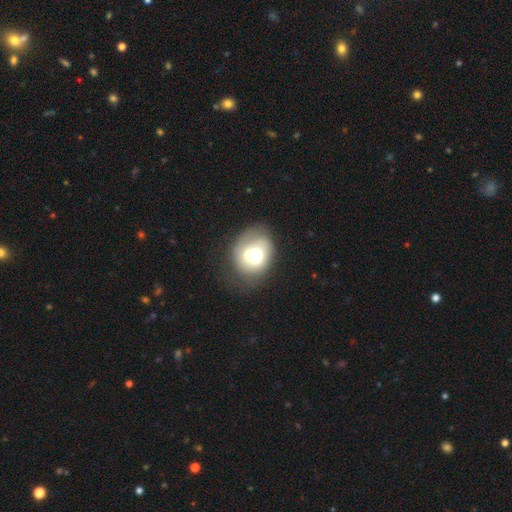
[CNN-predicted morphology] The model was most divided on "merging": merger: 44%, none: 31%, minor disturbance: 16%, major disturbance: 9%. More confident: smooth or featured — smooth (59%); how rounded — round (56%).